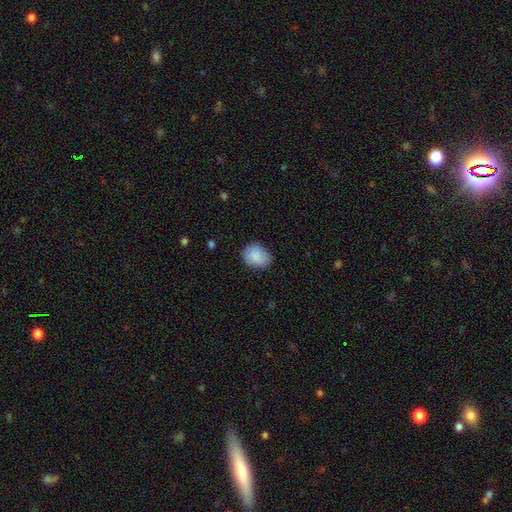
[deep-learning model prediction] This appears to be a smooth galaxy with no disk features (86%) that is in between round and cigar-shaped (57%). Merging: none (74%).